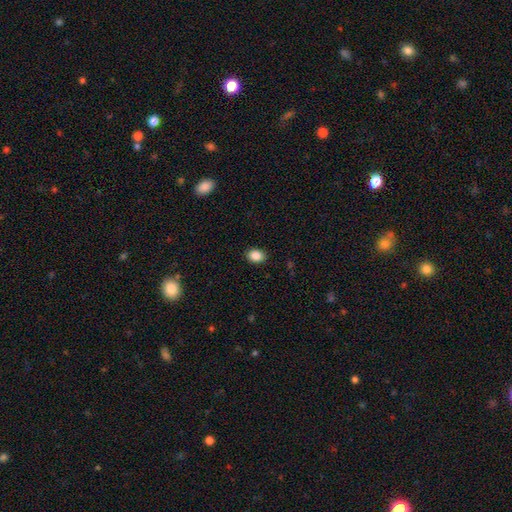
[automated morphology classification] Q: Smooth or featured?
A: smooth (88%); runner-up: star or artifact (9%)
Q: How rounded?
A: in between (69%); runner-up: round (30%)
Q: Merging?
A: none (90%); runner-up: minor disturbance (7%)